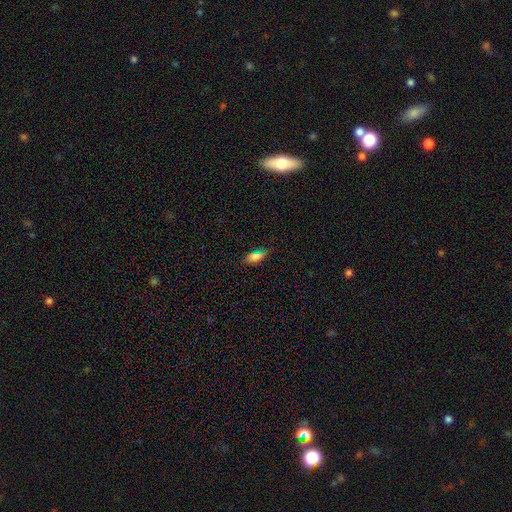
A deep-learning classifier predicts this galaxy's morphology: smooth_or_featured: smooth (p=0.65) [alt: star or artifact p=0.19]
how_rounded: in between (p=0.74) [alt: cigar-shaped p=0.22]
merging: none (p=0.72) [alt: minor disturbance p=0.20]